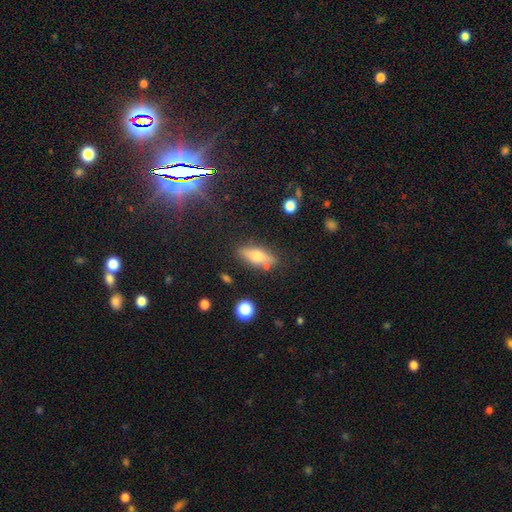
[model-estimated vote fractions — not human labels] Smooth or featured? Predicted: smooth (p=0.59). How rounded? Predicted: in between (p=0.63). Merging? Predicted: none (p=0.78).